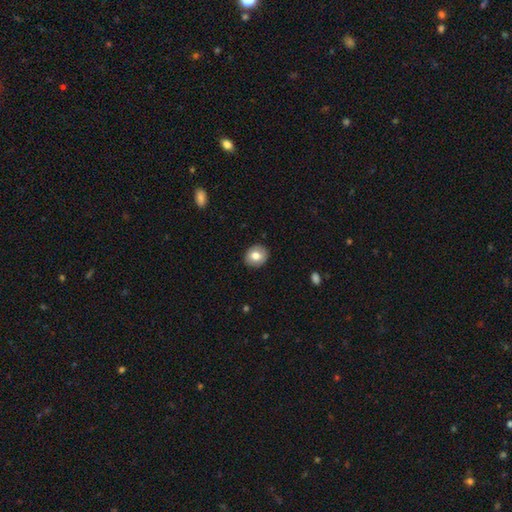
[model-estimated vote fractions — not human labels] Overall: smooth (77%). How rounded: round (69%; in between 30%). Merging: none (89%).